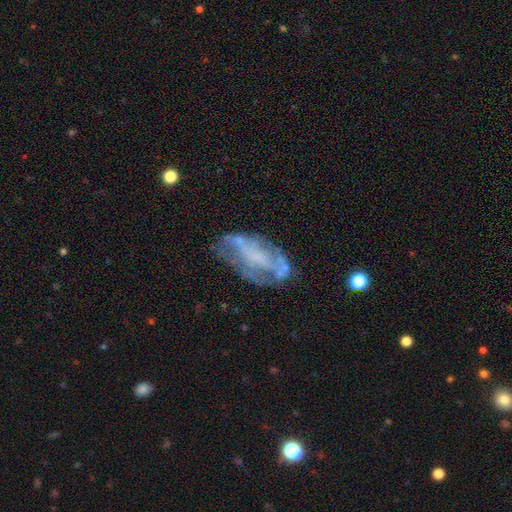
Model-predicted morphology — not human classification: Smooth or featured?
  - featured or disk: 68% *
  - smooth: 22%
  - star or artifact: 10%
Edge-on disk?
  - no: 92% *
  - yes: 8%
Bar?
  - no: 64% *
  - weak: 24%
  - strong: 13%
Spiral arms?
  - no: 57% *
  - yes: 43%
Bulge size?
  - none: 58% *
  - small: 21%
  - moderate: 15%
  - large: 5%
  - dominant: 1%
Merging?
  - none: 49% *
  - minor disturbance: 25%
  - major disturbance: 21%
  - merger: 5%